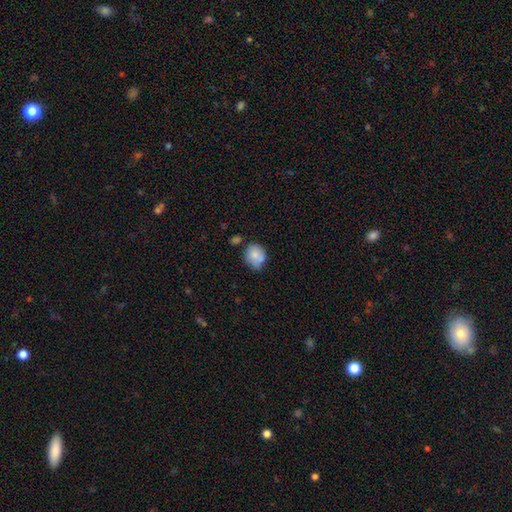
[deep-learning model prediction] Smooth or featured? Predicted: smooth (p=0.79). How rounded? Predicted: round (p=0.64). Merging? Predicted: none (p=0.54).